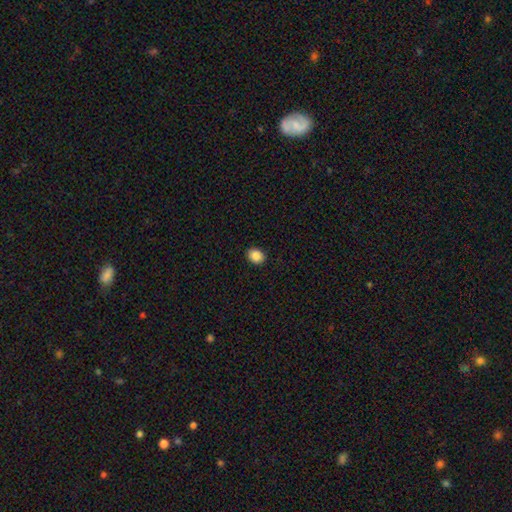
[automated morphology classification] Smooth or featured?
  - smooth: 87% *
  - star or artifact: 9%
  - featured or disk: 4%
How rounded?
  - in between: 56% *
  - round: 43%
  - cigar-shaped: 1%
Merging?
  - none: 91% *
  - minor disturbance: 7%
  - major disturbance: 2%
  - merger: 1%